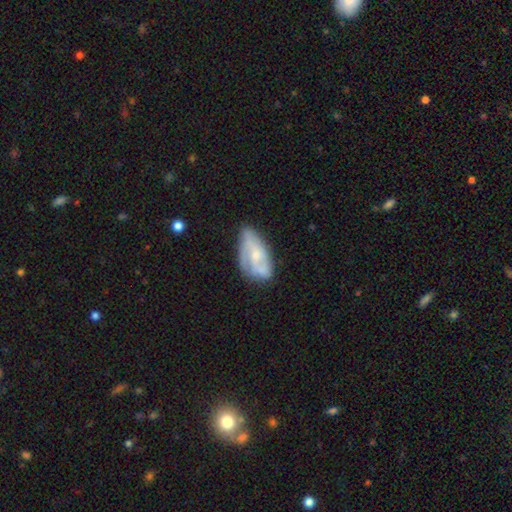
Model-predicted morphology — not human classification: Q: Smooth or featured?
A: featured or disk (65%); runner-up: smooth (28%)
Q: Edge-on disk?
A: no (94%); runner-up: yes (6%)
Q: Bar?
A: no (64%); runner-up: weak (29%)
Q: Spiral arms?
A: yes (80%); runner-up: no (20%)
Q: Bulge size?
A: small (59%); runner-up: moderate (34%)
Q: Merging?
A: none (55%); runner-up: minor disturbance (30%)